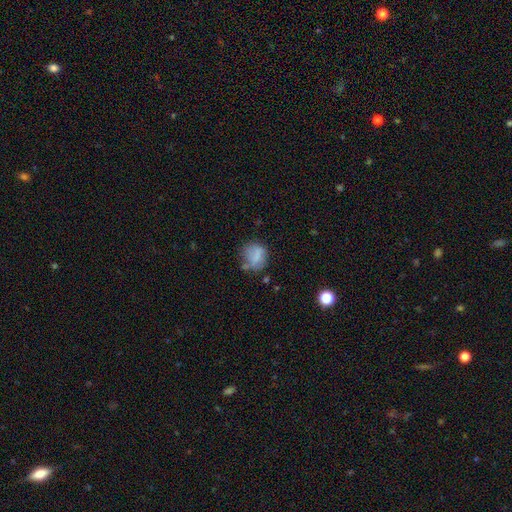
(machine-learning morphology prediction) Smooth or featured? smooth (70%)
How rounded? round (63%)
Merging? none (51%)